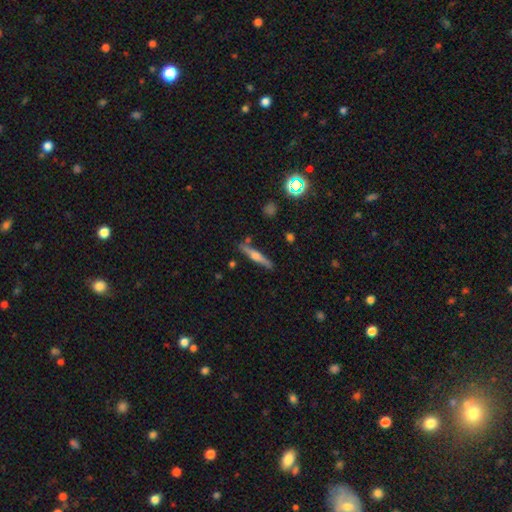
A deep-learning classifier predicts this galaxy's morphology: Smooth or featured? featured or disk (53%)
Edge-on disk? yes (96%)
Edge-on bulge? rounded (79%)
Merging? none (84%)